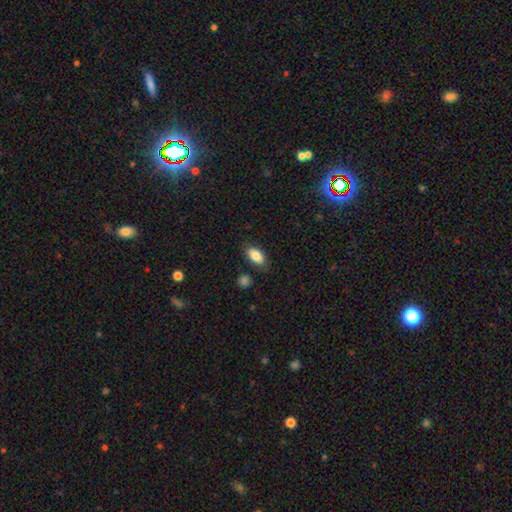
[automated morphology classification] Overall: smooth (83%). How rounded: in between (91%). Merging: none (80%).